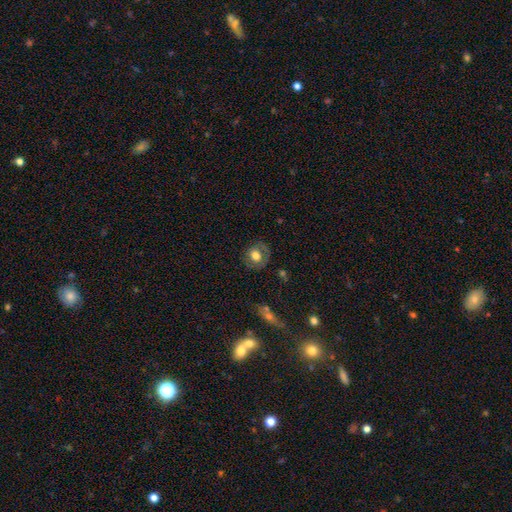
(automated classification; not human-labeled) Smooth or featured? Predicted: smooth (p=0.64). How rounded? Predicted: round (p=0.74). Merging? Predicted: none (p=0.74).